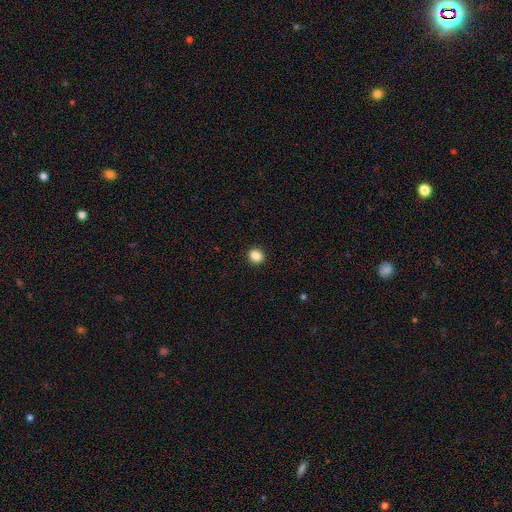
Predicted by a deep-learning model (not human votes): Smooth or featured? smooth (87%)
How rounded? round (76%)
Merging? none (92%)